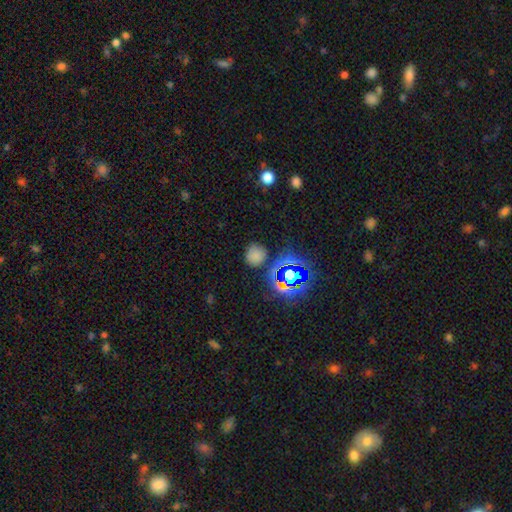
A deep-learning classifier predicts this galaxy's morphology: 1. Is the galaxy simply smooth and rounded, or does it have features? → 68% smooth, 26% star or artifact, 6% featured or disk.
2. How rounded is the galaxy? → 84% round, 14% in between, 1% cigar-shaped.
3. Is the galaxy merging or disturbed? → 81% none, 11% minor disturbance, 4% major disturbance, 4% merger.